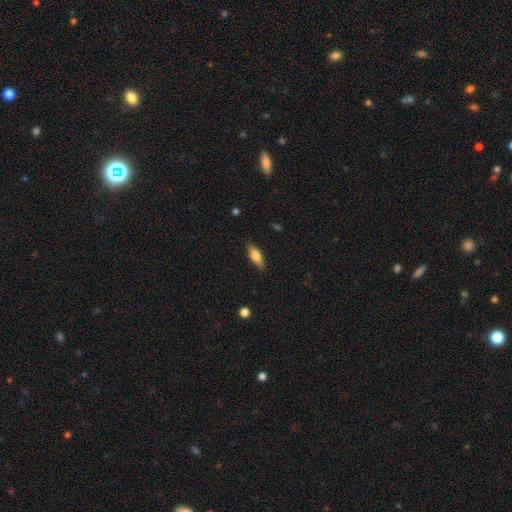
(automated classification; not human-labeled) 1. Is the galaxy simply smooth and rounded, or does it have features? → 71% smooth, 23% featured or disk, 6% star or artifact.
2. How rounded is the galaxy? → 68% in between, 29% cigar-shaped, 3% round.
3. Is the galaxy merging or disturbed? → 86% none, 10% minor disturbance, 2% major disturbance, 1% merger.